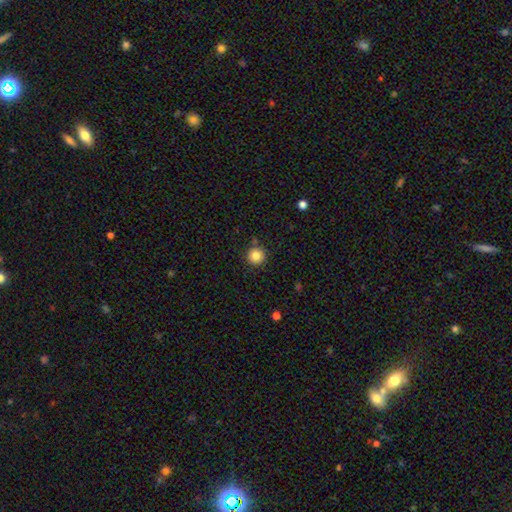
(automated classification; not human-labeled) Morphology: type=smooth (83%); roundness=round (95%); merging=none (87%).